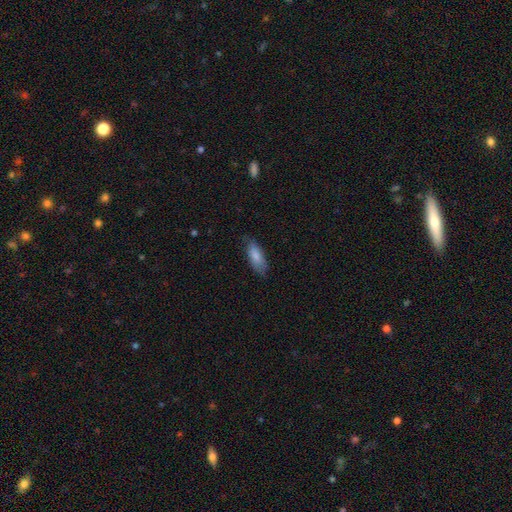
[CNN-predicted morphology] A smooth galaxy with no disk features (82%) that is in between round and cigar-shaped (72%).

Vote fractions:
- Smooth or featured? smooth: 82% / featured or disk: 12% / star or artifact: 6%
- How rounded? in between: 72% / cigar-shaped: 26% / round: 2%
- Merging? none: 74% / minor disturbance: 21% / major disturbance: 4% / merger: 1%